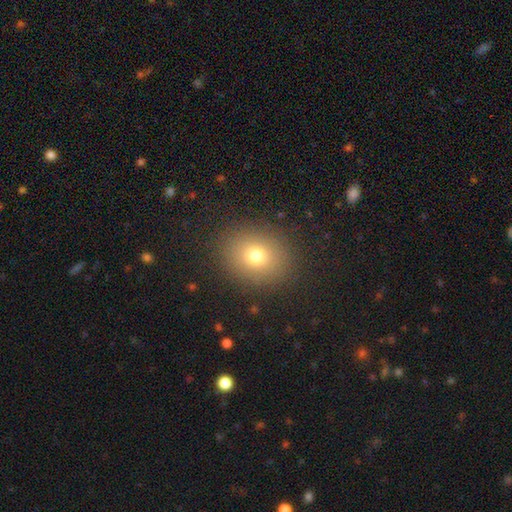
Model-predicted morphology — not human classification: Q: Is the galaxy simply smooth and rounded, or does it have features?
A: smooth — 74%.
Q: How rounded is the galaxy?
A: round — 66%.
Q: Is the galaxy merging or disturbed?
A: none — 88%.